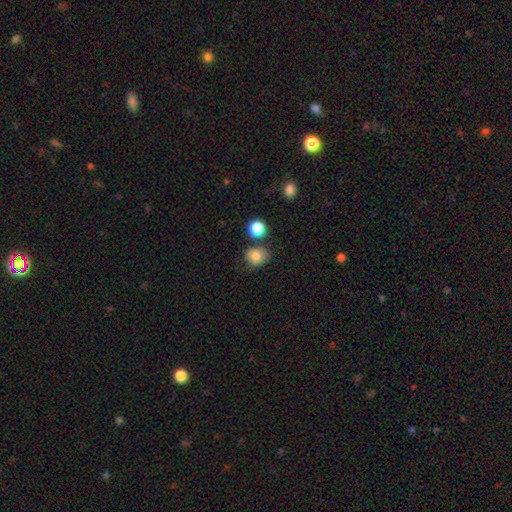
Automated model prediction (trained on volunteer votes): Q: Smooth or featured?
A: smooth (83%); runner-up: star or artifact (10%)
Q: How rounded?
A: round (60%); runner-up: in between (39%)
Q: Merging?
A: none (65%); runner-up: minor disturbance (20%)